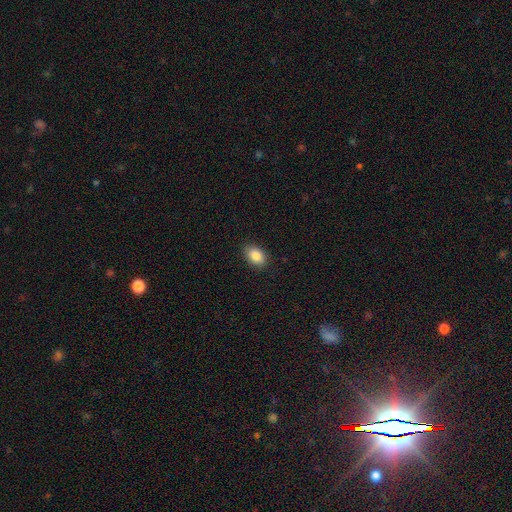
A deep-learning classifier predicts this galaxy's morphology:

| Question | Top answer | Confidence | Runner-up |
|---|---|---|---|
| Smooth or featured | smooth | 87% | star or artifact (8%) |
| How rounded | in between | 86% | round (13%) |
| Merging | none | 88% | minor disturbance (9%) |